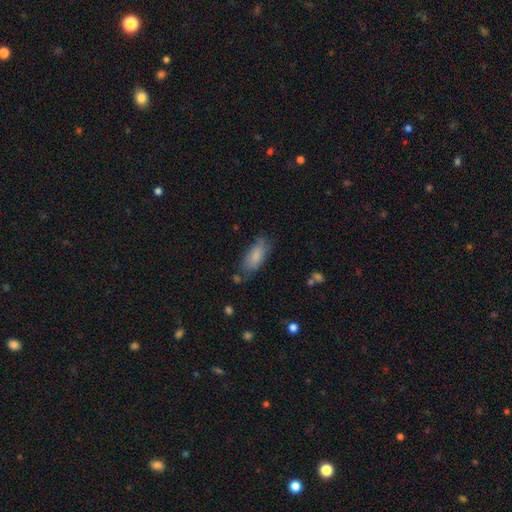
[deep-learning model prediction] smooth 80%, featured or disk 13%, star or artifact 7%. Down the decision tree: how rounded — in between (78%); merging — none (63%).